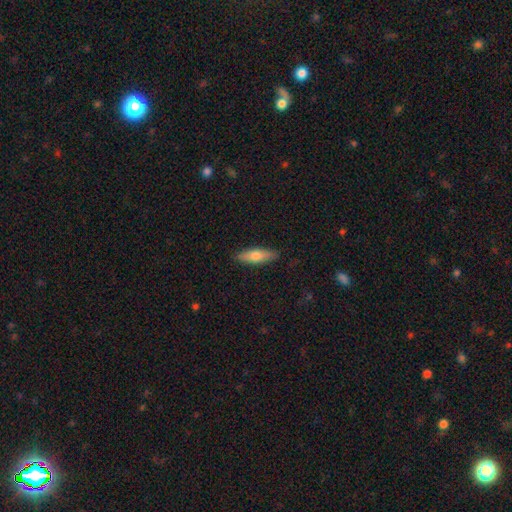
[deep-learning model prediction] smooth 63%, featured or disk 31%, star or artifact 6%. Down the decision tree: how rounded — cigar-shaped (58%); merging — none (88%).